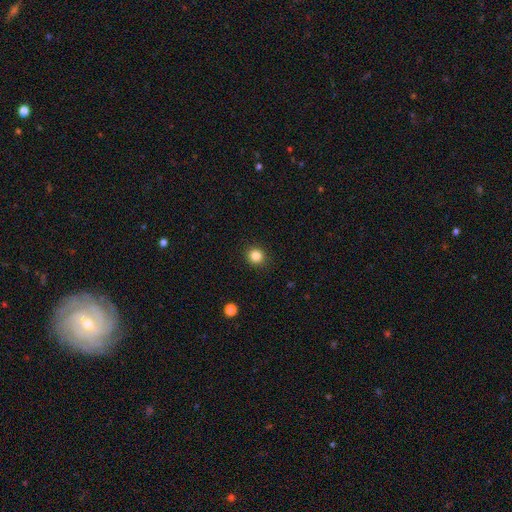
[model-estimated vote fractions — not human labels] Smooth or featured: smooth — 85% (star or artifact — 11%)
How rounded: round — 89% (in between — 10%)
Merging: none — 91% (minor disturbance — 6%)